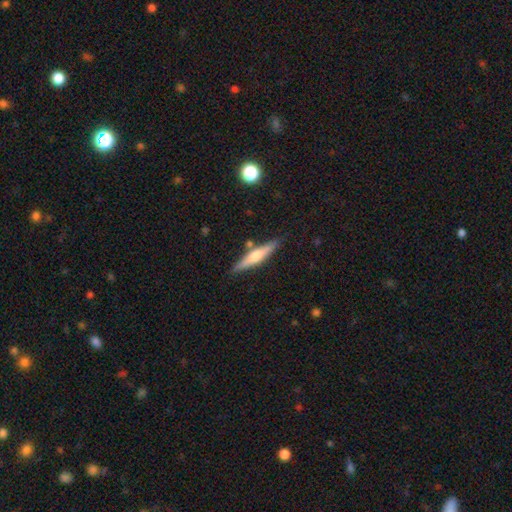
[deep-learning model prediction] Smooth or featured?
  - featured or disk: 54% *
  - smooth: 40%
  - star or artifact: 6%
Edge-on disk?
  - yes: 95% *
  - no: 5%
Edge-on bulge?
  - rounded: 84% *
  - none: 9%
  - boxy: 7%
Merging?
  - none: 84% *
  - minor disturbance: 10%
  - merger: 4%
  - major disturbance: 2%